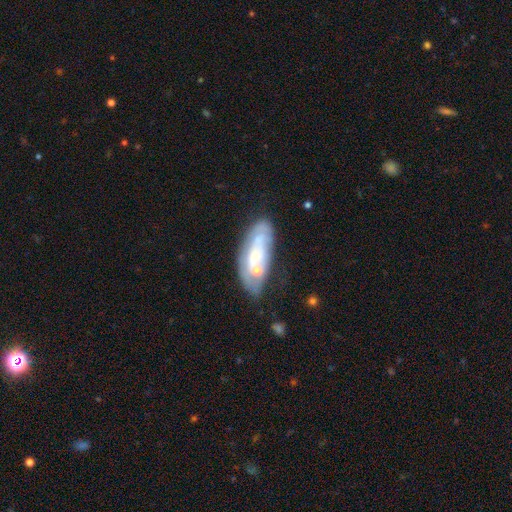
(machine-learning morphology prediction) featured or disk 57%, smooth 35%, star or artifact 7%. Down the decision tree: edge-on disk — no (87%); merging — none (45%).